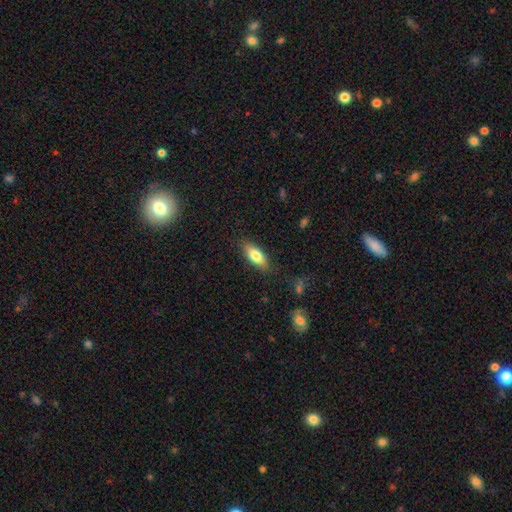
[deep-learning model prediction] Smooth or featured: smooth — 79% (featured or disk — 14%)
How rounded: in between — 79% (cigar-shaped — 18%)
Merging: none — 84% (minor disturbance — 12%)